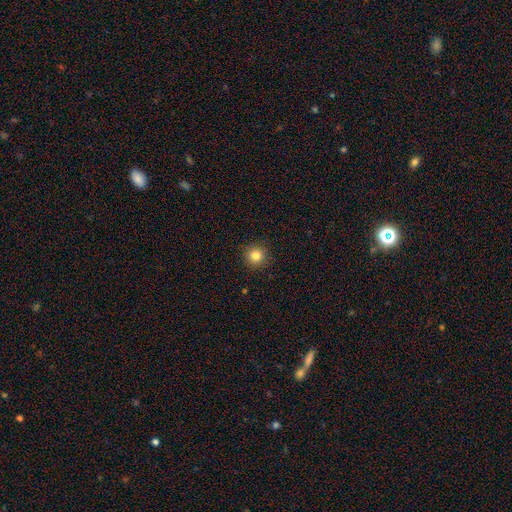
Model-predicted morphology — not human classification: type=smooth (82%); roundness=round (95%); merging=none (92%).